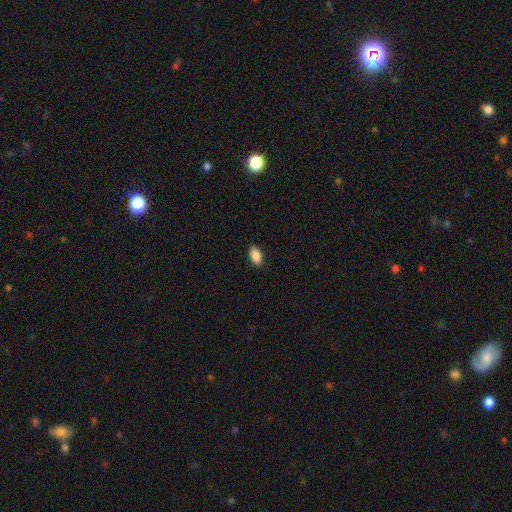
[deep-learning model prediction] Q: Smooth or featured?
A: smooth (88%); runner-up: star or artifact (7%)
Q: How rounded?
A: in between (93%); runner-up: round (4%)
Q: Merging?
A: none (89%); runner-up: minor disturbance (8%)